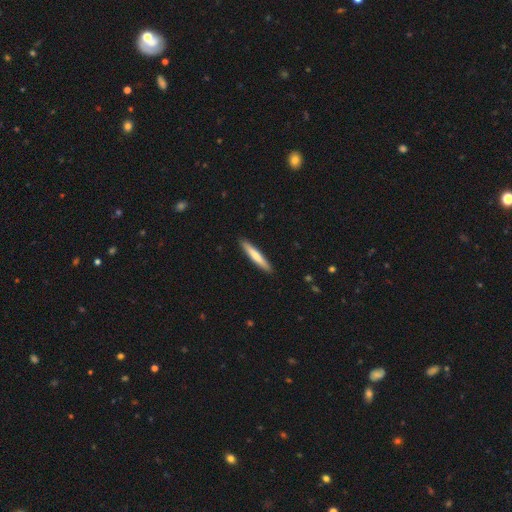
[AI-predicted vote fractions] Smooth or featured: smooth — 70% (featured or disk — 24%)
How rounded: cigar-shaped — 94% (in between — 5%)
Merging: none — 90% (minor disturbance — 7%)